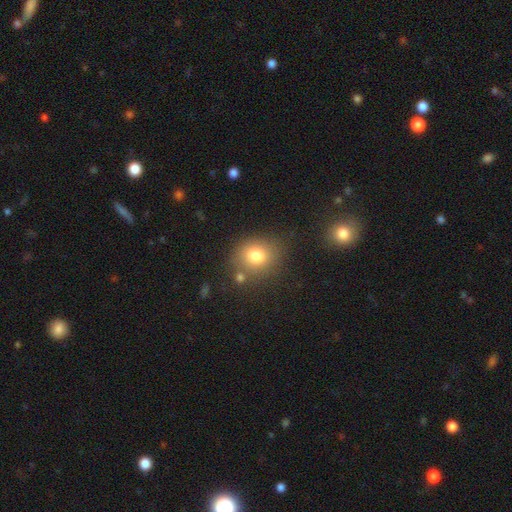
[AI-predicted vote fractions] This is likely a smooth galaxy (79%). How rounded: likely round (69%). Merging: likely none (72%).